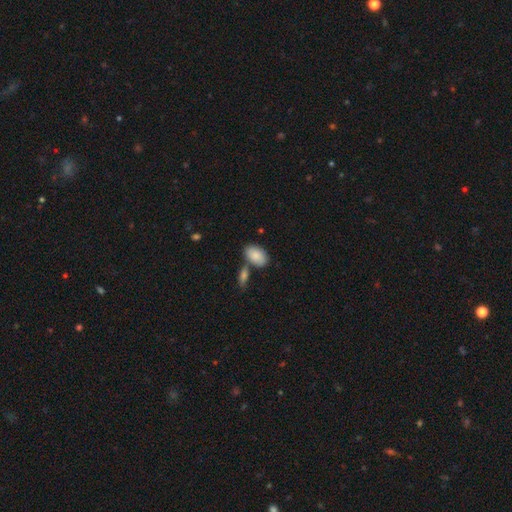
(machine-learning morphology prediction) type=smooth (87%); roundness=in between (93%); merging=none (62%).